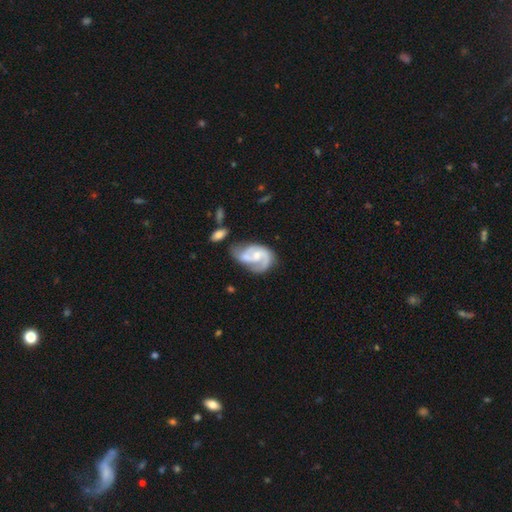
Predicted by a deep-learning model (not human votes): Smooth or featured?
  - featured or disk: 85% *
  - smooth: 10%
  - star or artifact: 5%
Edge-on disk?
  - no: 98% *
  - yes: 2%
Bar?
  - no: 49% *
  - weak: 42%
  - strong: 9%
Spiral arms?
  - yes: 96% *
  - no: 4%
Spiral winding?
  - medium: 52% *
  - tight: 26%
  - loose: 22%
Spiral arm count?
  - 2: 77% *
  - 1: 10%
  - can't tell: 6%
  - 3: 5%
  - 4: 1%
  - more than 4: 1%
Bulge size?
  - moderate: 44% *
  - small: 43%
  - none: 9%
  - large: 4%
  - dominant: 1%
Merging?
  - none: 46% *
  - minor disturbance: 25%
  - major disturbance: 17%
  - merger: 12%